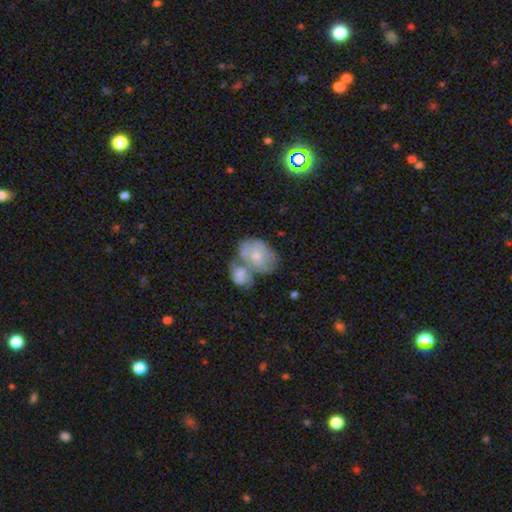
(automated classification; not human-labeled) Morphology: type=featured or disk (50%); merging=merger (61%).